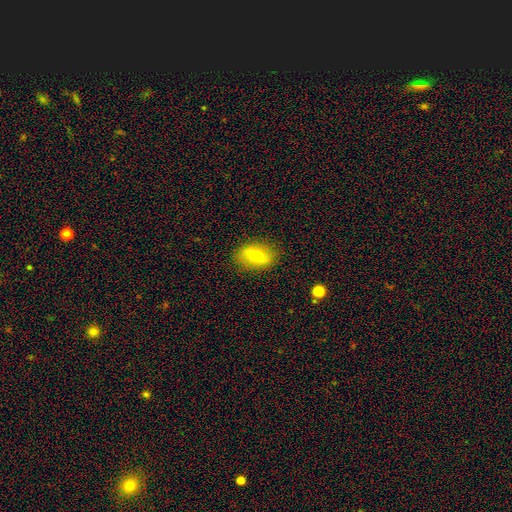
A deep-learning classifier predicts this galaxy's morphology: Overall: smooth (62%; featured or disk 30%). How rounded: in between (82%). Merging: none (84%).